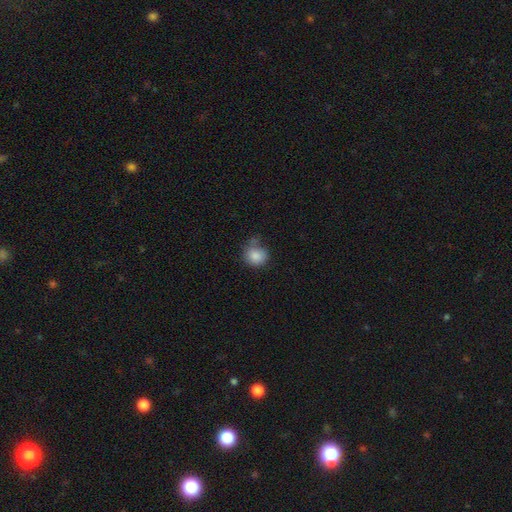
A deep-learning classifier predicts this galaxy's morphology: smooth-or-featured: smooth: 85% | star or artifact: 9% | featured or disk: 6%
  how-rounded: round: 80% | in between: 19% | cigar-shaped: 1%
  merging: none: 58% | minor disturbance: 24% | merger: 10% | major disturbance: 8%